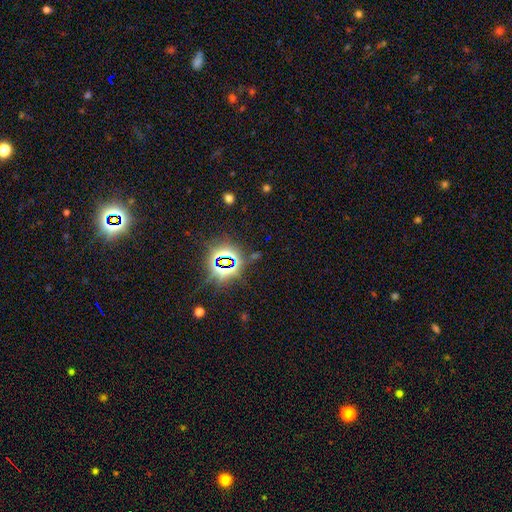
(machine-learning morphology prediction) smooth-or-featured: star or artifact: 78% | smooth: 14% | featured or disk: 8%